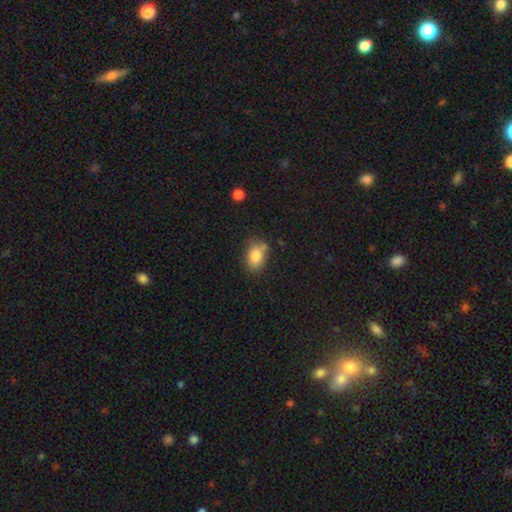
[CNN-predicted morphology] Smooth or featured?
  - smooth: 82% *
  - star or artifact: 9%
  - featured or disk: 9%
How rounded?
  - in between: 73% *
  - round: 25%
  - cigar-shaped: 1%
Merging?
  - none: 64% *
  - minor disturbance: 21%
  - merger: 10%
  - major disturbance: 5%